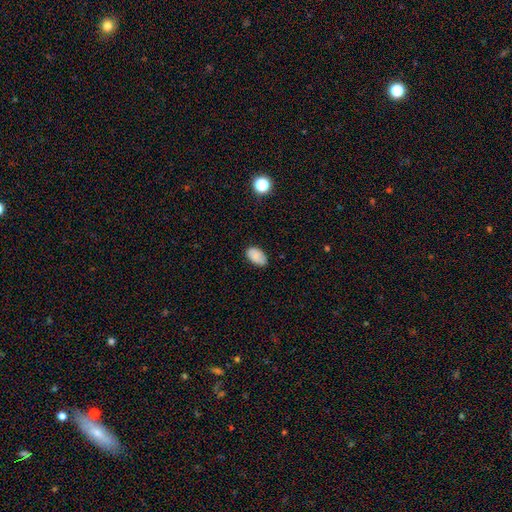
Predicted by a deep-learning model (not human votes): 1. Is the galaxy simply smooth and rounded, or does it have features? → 84% smooth, 8% star or artifact, 7% featured or disk.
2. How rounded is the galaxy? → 93% in between, 5% round, 1% cigar-shaped.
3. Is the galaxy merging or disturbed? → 79% none, 17% minor disturbance, 3% major disturbance, 1% merger.